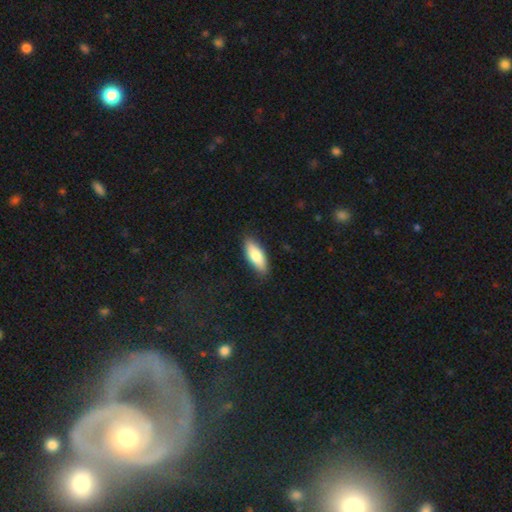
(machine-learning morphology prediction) Smooth or featured? smooth (77%)
How rounded? in between (70%)
Merging? none (86%)